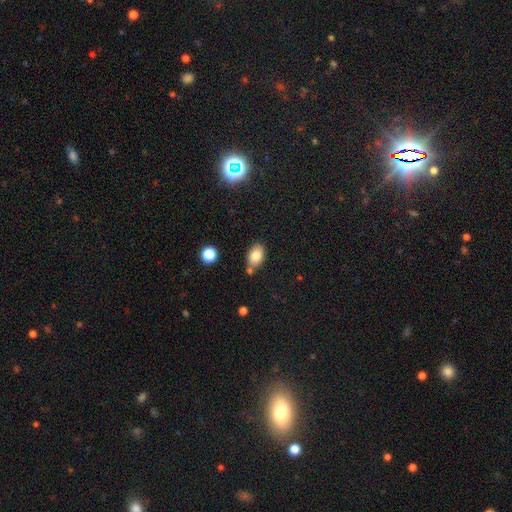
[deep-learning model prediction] Smooth or featured? Predicted: smooth (p=0.81). How rounded? Predicted: in between (p=0.86). Merging? Predicted: none (p=0.70).